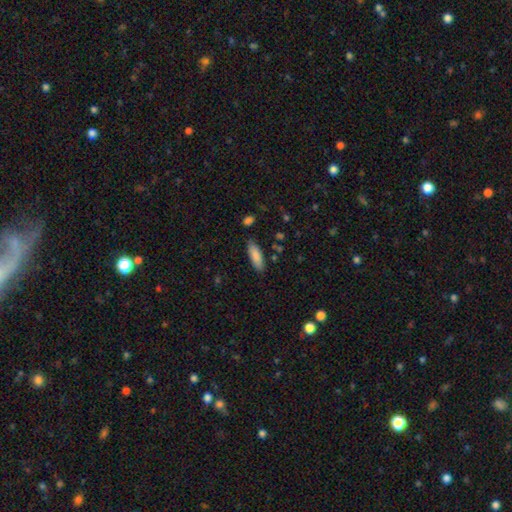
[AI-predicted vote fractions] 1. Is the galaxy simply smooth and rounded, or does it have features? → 86% smooth, 8% featured or disk, 6% star or artifact.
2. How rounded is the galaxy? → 61% in between, 38% cigar-shaped, 2% round.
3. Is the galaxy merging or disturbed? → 84% none, 11% minor disturbance, 2% major disturbance, 2% merger.